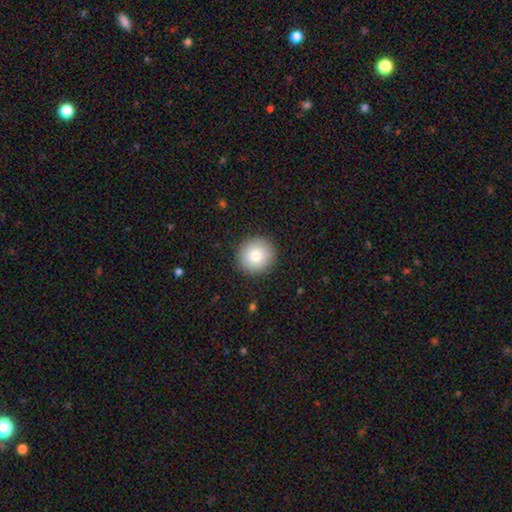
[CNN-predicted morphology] Smooth or featured? smooth (82%)
How rounded? round (94%)
Merging? none (91%)